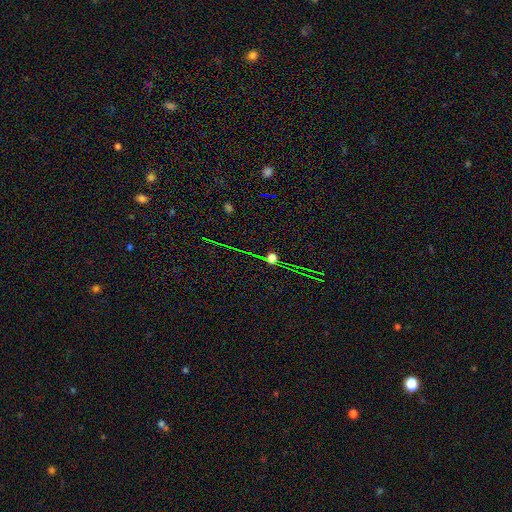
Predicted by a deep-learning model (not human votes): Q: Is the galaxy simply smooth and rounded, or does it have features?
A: star or artifact — 73%.